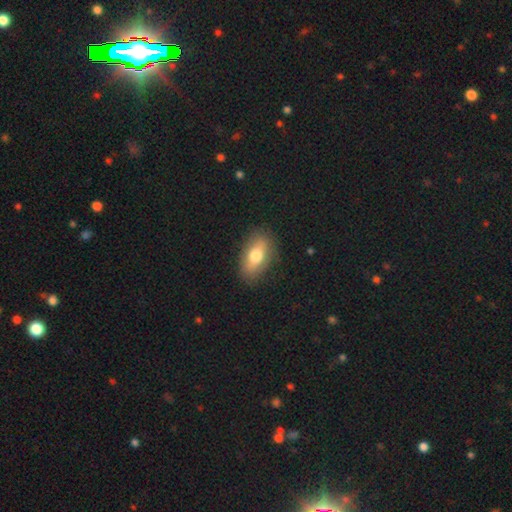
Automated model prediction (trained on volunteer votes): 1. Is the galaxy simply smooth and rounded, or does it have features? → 69% smooth, 24% featured or disk, 7% star or artifact.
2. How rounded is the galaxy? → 86% in between, 8% round, 6% cigar-shaped.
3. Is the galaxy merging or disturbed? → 85% none, 11% minor disturbance, 3% major disturbance, 1% merger.